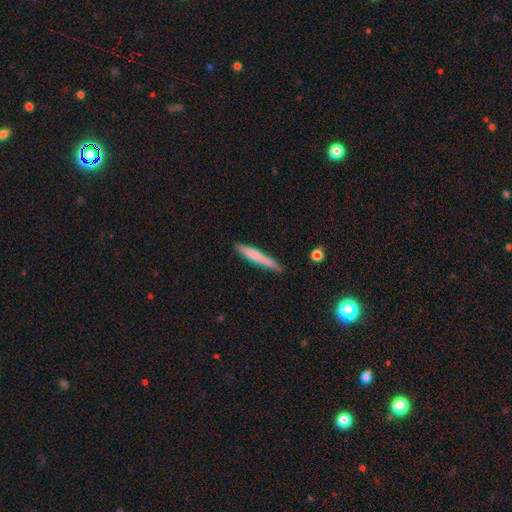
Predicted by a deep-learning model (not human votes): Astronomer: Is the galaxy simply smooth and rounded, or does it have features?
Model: smooth — 67%.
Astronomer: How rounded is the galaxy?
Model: cigar-shaped — 96%.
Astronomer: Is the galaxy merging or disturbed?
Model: none — 86%.